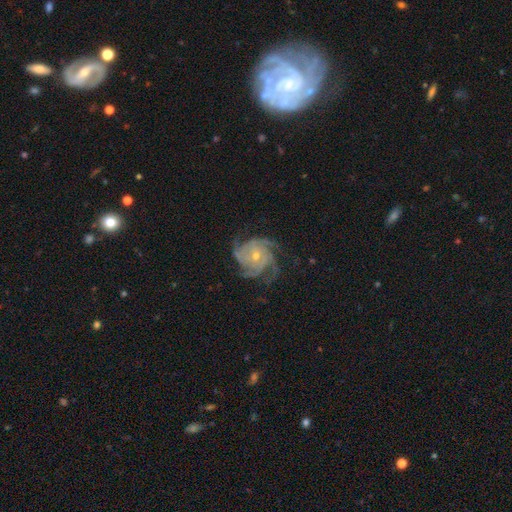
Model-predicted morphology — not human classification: This appears to be a featured or disk galaxy (89%) with no bar (75%), 4 (43%) tight (62%) spiral arms (98%) and a small central bulge (63%). Merging: none (75%).